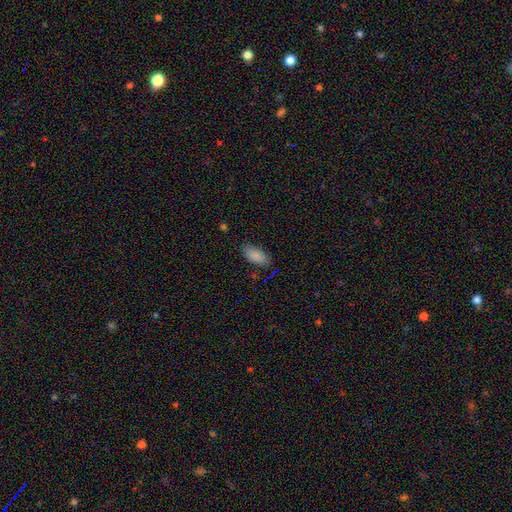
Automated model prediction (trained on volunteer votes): Smooth or featured?
  - smooth: 88% *
  - star or artifact: 7%
  - featured or disk: 5%
How rounded?
  - in between: 92% *
  - cigar-shaped: 7%
  - round: 2%
Merging?
  - none: 79% *
  - minor disturbance: 17%
  - major disturbance: 3%
  - merger: 1%